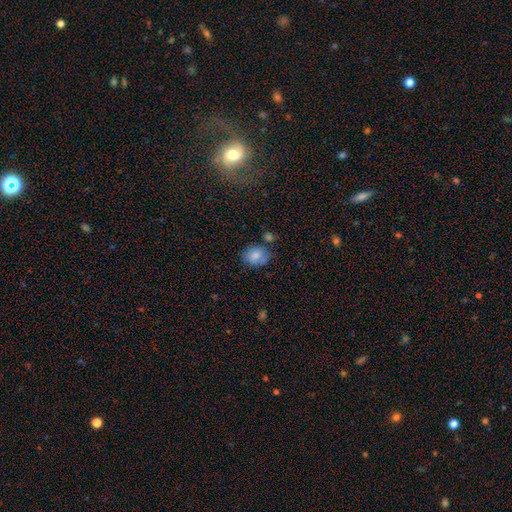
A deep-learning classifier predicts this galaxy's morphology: A smooth galaxy with no disk features (80%) that is round (51%). Merging: none (60%).